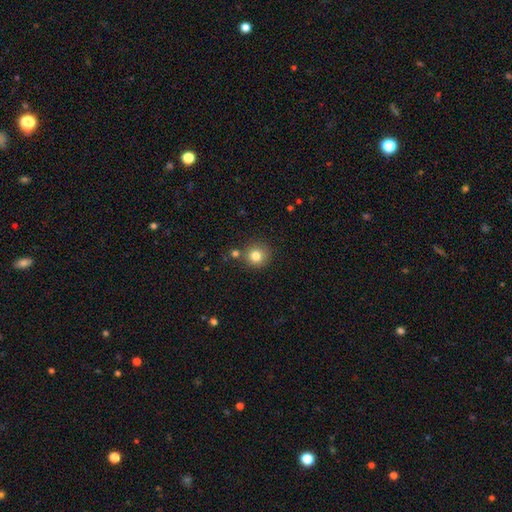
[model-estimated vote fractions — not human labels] This is clearly a smooth galaxy (81%). How rounded: clearly round (91%). Merging: likely none (77%).